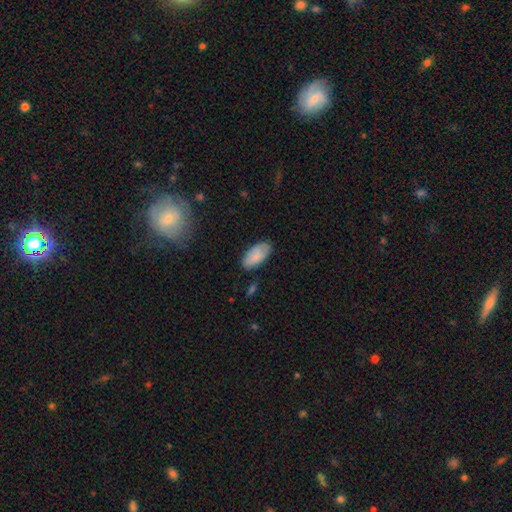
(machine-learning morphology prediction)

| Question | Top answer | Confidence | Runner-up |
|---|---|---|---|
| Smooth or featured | smooth | 86% | featured or disk (8%) |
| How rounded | in between | 94% | cigar-shaped (4%) |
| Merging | none | 81% | minor disturbance (14%) |